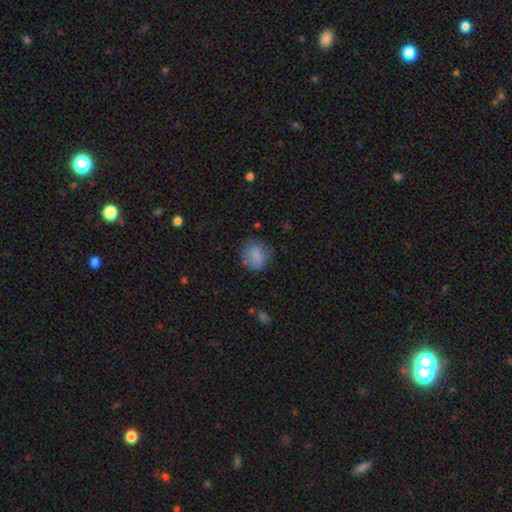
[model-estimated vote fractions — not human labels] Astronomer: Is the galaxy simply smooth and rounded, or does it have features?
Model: smooth — 81%.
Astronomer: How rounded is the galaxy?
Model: round — 68%.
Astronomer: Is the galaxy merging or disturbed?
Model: none — 66%.